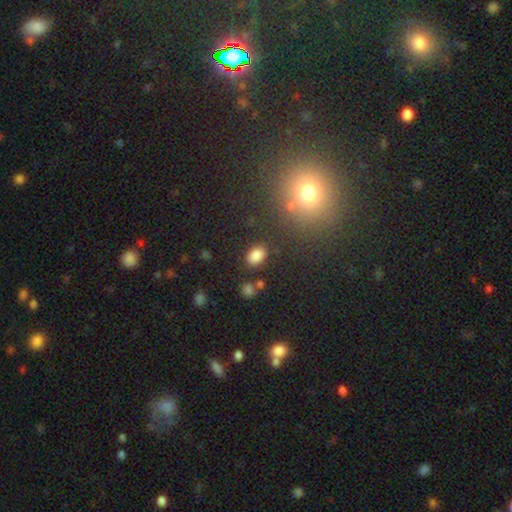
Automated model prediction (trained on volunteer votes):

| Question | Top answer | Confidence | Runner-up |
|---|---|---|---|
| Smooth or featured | smooth | 84% | star or artifact (11%) |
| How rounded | in between | 83% | round (15%) |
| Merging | none | 83% | minor disturbance (10%) |